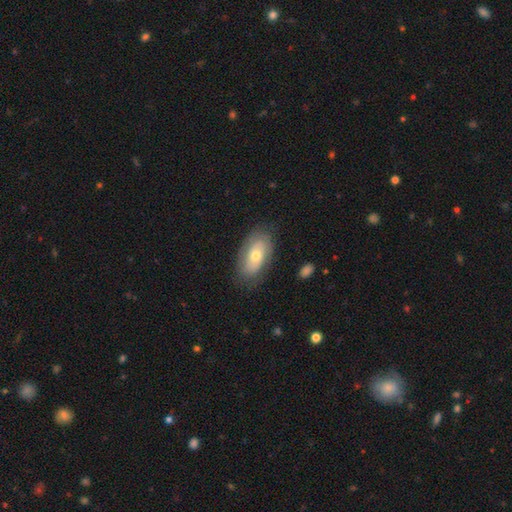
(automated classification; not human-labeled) Smooth or featured: smooth — 53% (featured or disk — 40%)
How rounded: in between — 91% (round — 5%)
Merging: none — 77% (minor disturbance — 16%)